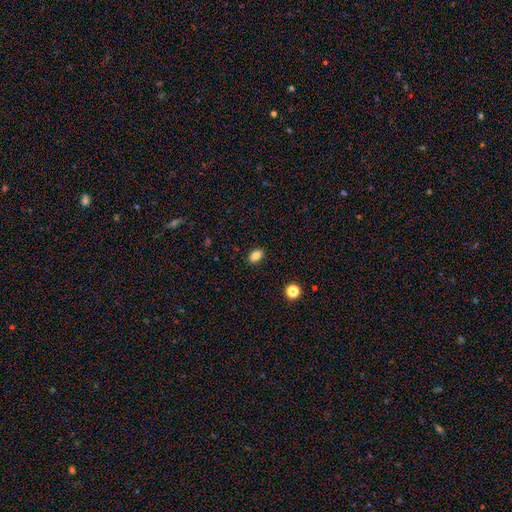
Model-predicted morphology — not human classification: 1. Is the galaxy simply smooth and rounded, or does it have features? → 84% smooth, 11% star or artifact, 5% featured or disk.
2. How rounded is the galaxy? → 83% in between, 15% round, 2% cigar-shaped.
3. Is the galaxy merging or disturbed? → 88% none, 9% minor disturbance, 2% major disturbance, 1% merger.